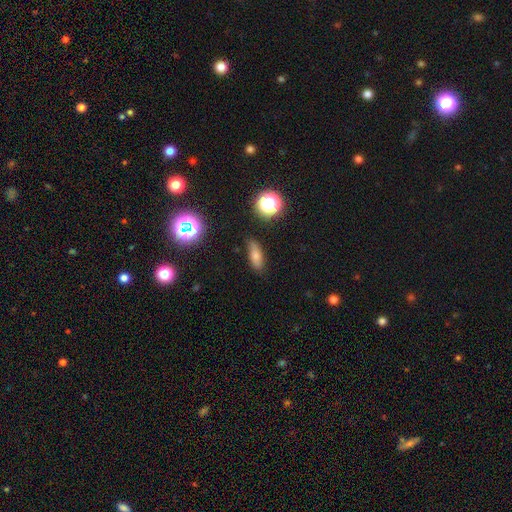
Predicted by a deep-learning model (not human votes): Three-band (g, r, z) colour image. It shows a smooth galaxy with no disk features (70%) that is in between round and cigar-shaped (67%). Merging: none (76%).